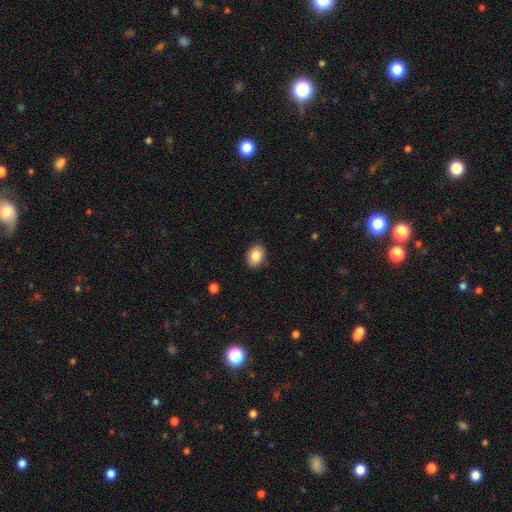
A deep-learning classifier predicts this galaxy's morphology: type=smooth (84%); roundness=in between (76%); merging=none (88%).